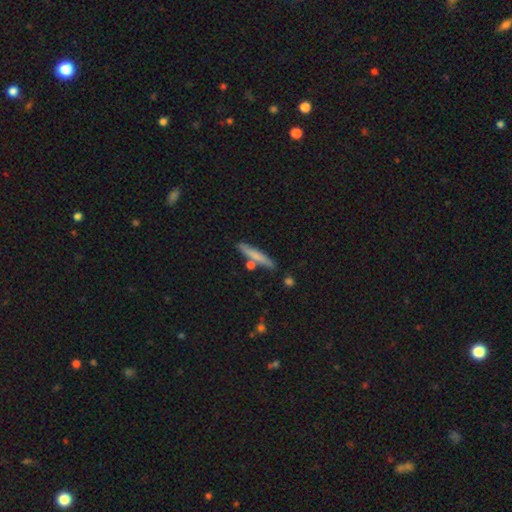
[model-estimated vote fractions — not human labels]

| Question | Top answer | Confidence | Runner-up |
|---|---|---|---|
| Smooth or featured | smooth | 68% | featured or disk (26%) |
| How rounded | cigar-shaped | 91% | in between (7%) |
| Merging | none | 79% | minor disturbance (11%) |